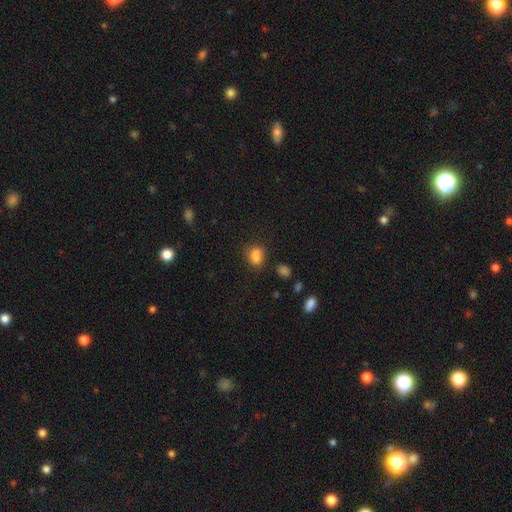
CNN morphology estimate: type=smooth (82%); roundness=in between (59%); merging=none (60%).